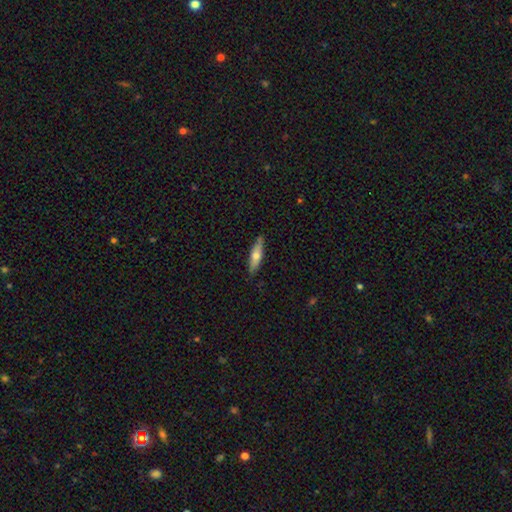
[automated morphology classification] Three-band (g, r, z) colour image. It shows a smooth galaxy with no disk features (57%) that is cigar-shaped (64%). Merging: none (85%).